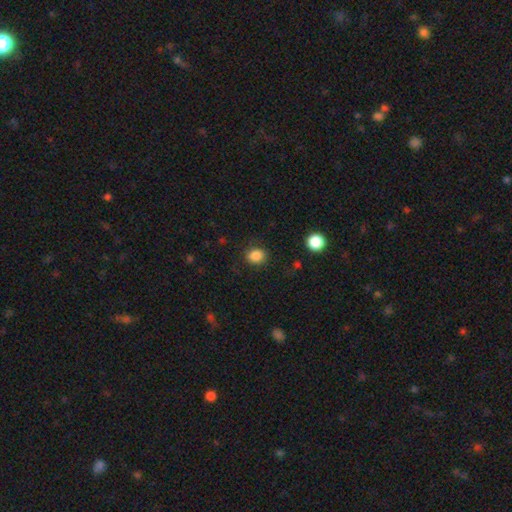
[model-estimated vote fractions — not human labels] Smooth or featured: smooth — 86% (star or artifact — 10%)
How rounded: round — 67% (in between — 32%)
Merging: none — 84% (minor disturbance — 11%)